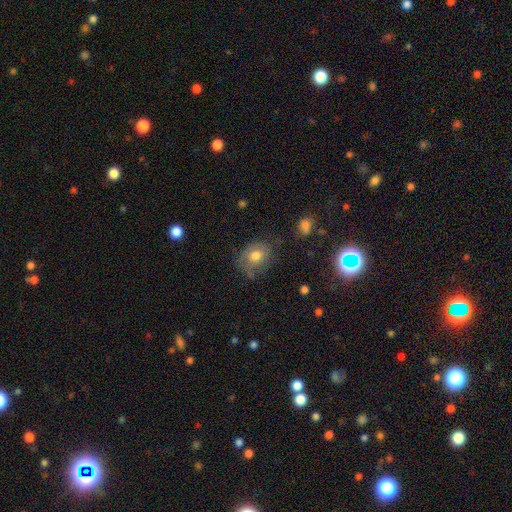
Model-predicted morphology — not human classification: Smooth or featured?
  - smooth: 63% *
  - featured or disk: 28%
  - star or artifact: 9%
How rounded?
  - round: 51% *
  - in between: 48%
  - cigar-shaped: 1%
Merging?
  - none: 56% *
  - minor disturbance: 27%
  - major disturbance: 14%
  - merger: 2%